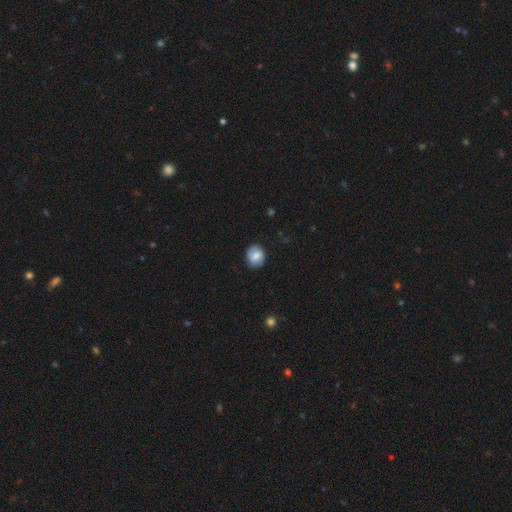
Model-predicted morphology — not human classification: smooth_or_featured: smooth (p=0.67) [alt: featured or disk p=0.25]
how_rounded: round (p=0.70) [alt: in between p=0.29]
merging: none (p=0.84) [alt: minor disturbance p=0.12]